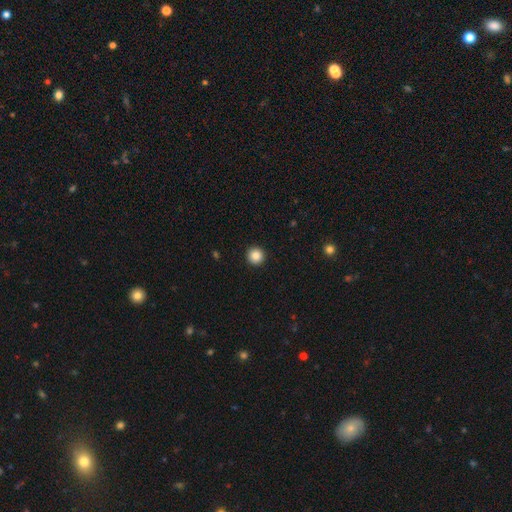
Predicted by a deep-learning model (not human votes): Morphology: type=smooth (87%); roundness=round (96%); merging=none (94%).